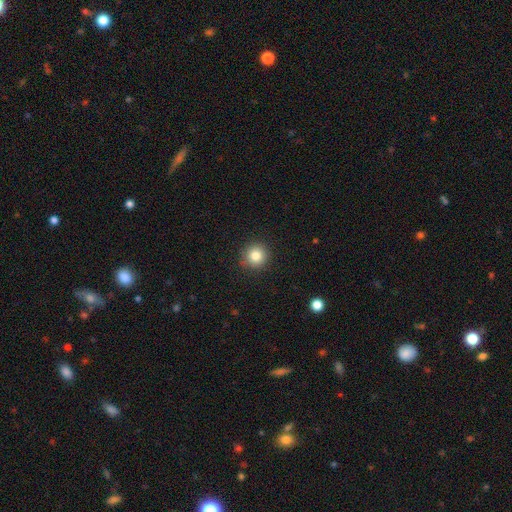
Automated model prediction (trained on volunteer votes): Smooth or featured? Predicted: smooth (p=0.83). How rounded? Predicted: round (p=0.94). Merging? Predicted: none (p=0.91).